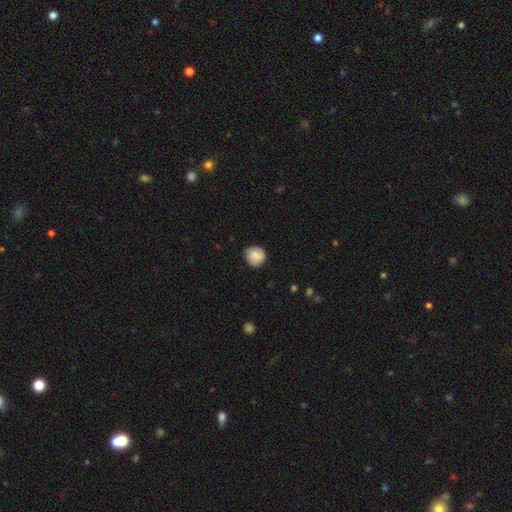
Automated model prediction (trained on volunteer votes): This appears to be a smooth galaxy with no disk features (76%) that is round (89%). Merging: none (78%).